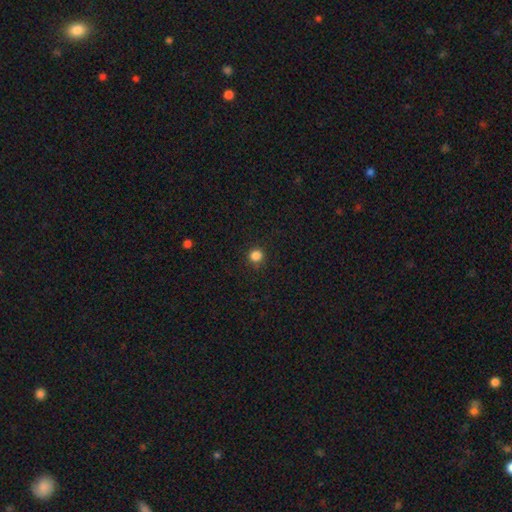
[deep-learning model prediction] Smooth or featured?
  - smooth: 84% *
  - star or artifact: 13%
  - featured or disk: 3%
How rounded?
  - round: 95% *
  - in between: 5%
  - cigar-shaped: 1%
Merging?
  - none: 89% *
  - minor disturbance: 7%
  - major disturbance: 2%
  - merger: 1%